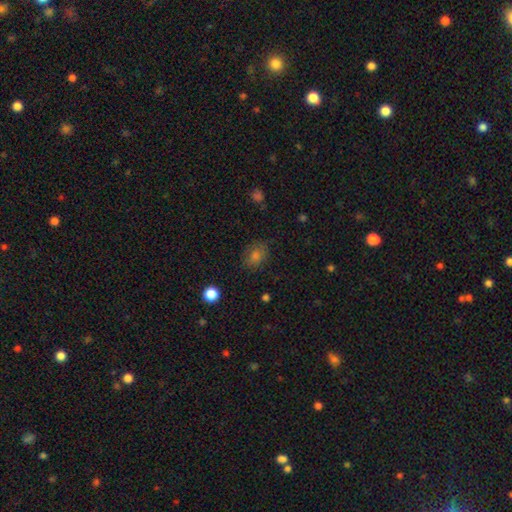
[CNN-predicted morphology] Overall: smooth (74%). How rounded: in between (64%; round 35%). Merging: none (80%).